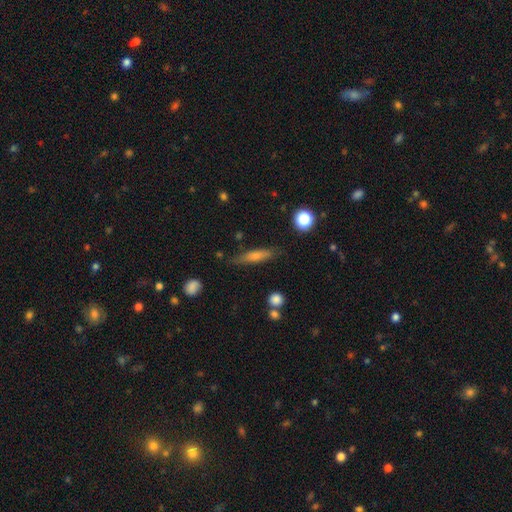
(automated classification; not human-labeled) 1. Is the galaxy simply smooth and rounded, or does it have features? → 65% smooth, 27% featured or disk, 8% star or artifact.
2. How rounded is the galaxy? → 72% cigar-shaped, 25% in between, 3% round.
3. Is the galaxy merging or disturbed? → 76% none, 17% minor disturbance, 4% major disturbance, 3% merger.